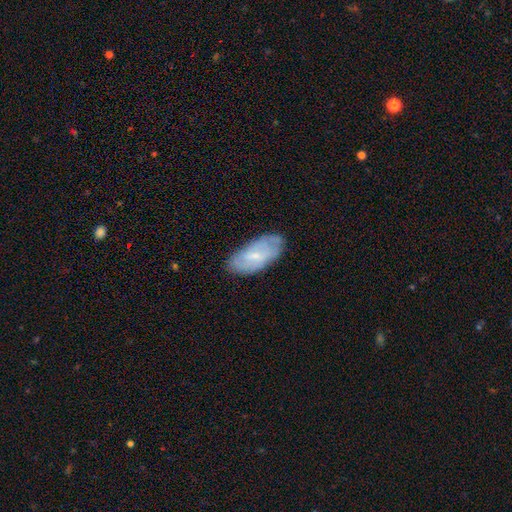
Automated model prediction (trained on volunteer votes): This is possibly a featured or disk galaxy (49%). Merging: likely none (76%).